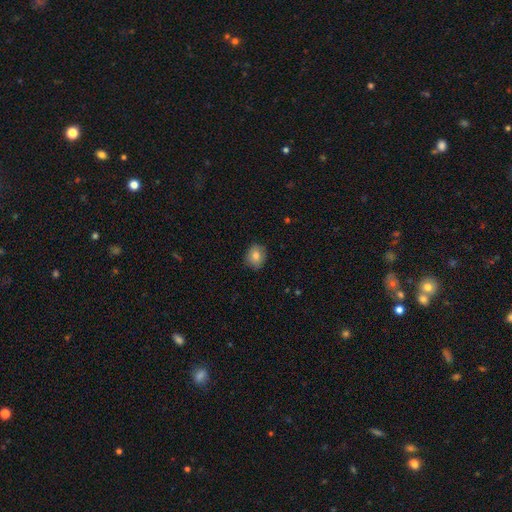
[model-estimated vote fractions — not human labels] Q: Smooth or featured?
A: smooth (78%); runner-up: featured or disk (12%)
Q: How rounded?
A: round (68%); runner-up: in between (31%)
Q: Merging?
A: none (85%); runner-up: minor disturbance (12%)